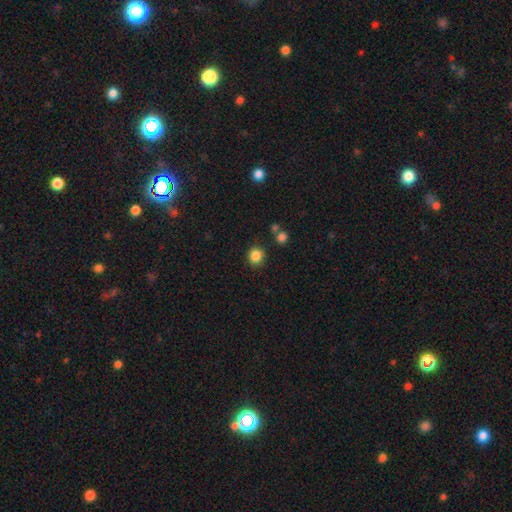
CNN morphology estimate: This appears to be a smooth galaxy with no disk features (85%) that is round (88%). Merging: none (86%).